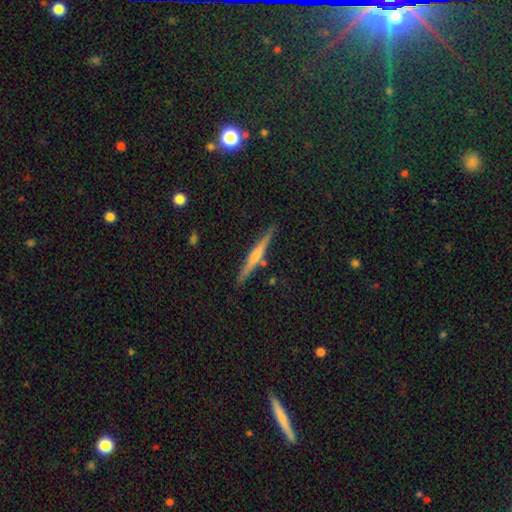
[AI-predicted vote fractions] This appears to be a featured or disk galaxy (66%) viewed edge-on (98%) with a rounded central bulge (62%). Merging: none (90%).